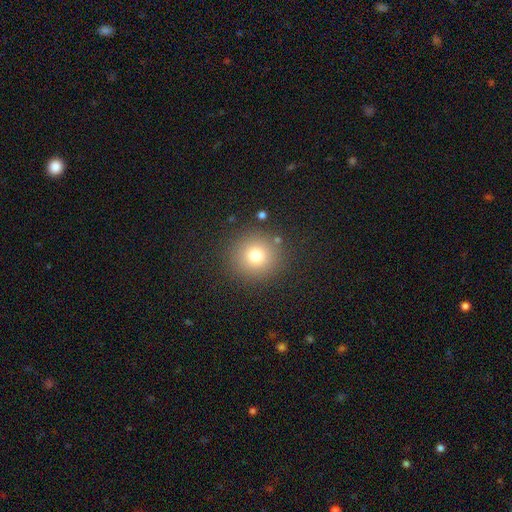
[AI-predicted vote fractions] This appears to be a smooth galaxy with no disk features (76%) that is round (94%). Merging: none (87%).